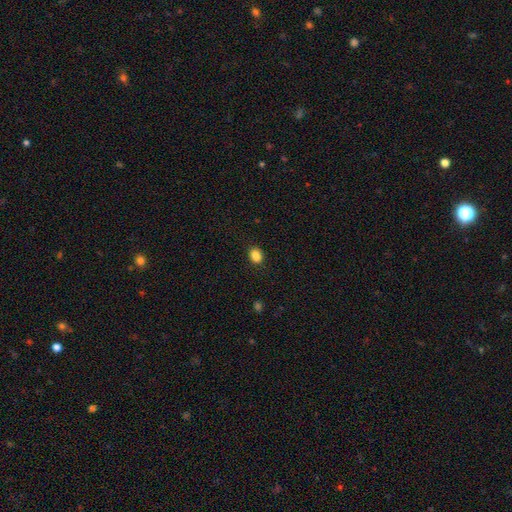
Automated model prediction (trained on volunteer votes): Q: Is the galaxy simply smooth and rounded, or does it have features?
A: smooth — 87%.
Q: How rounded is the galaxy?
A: in between — 63%.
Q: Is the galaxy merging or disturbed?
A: none — 86%.